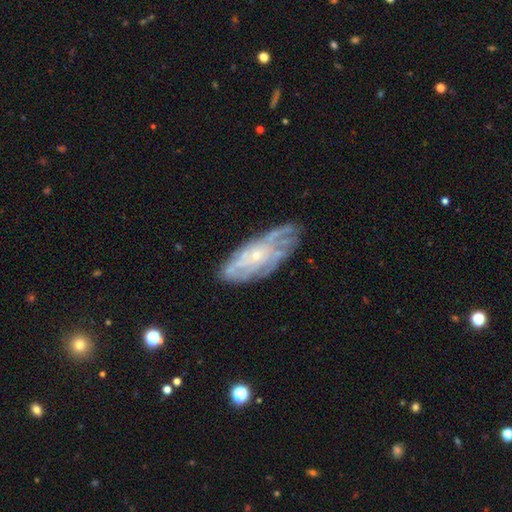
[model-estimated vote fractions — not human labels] Morphology: type=featured or disk (74%); edge-on=no (87%); bar=no (79%); spiral arms=yes (78%); winding=tight (62%); arm count=can't tell (60%); bulge=small (77%); merging=none (68%).